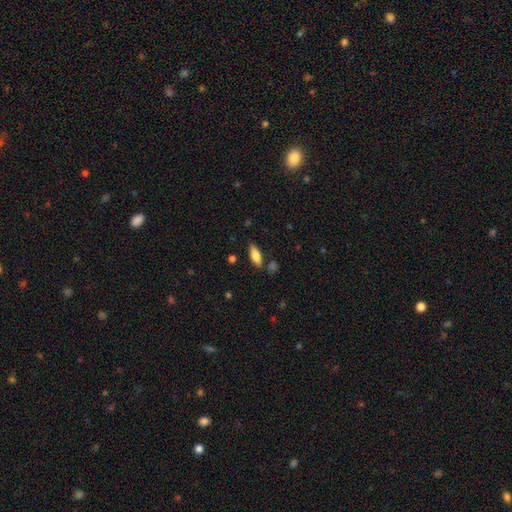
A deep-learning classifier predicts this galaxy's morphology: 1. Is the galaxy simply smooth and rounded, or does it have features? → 78% smooth, 16% featured or disk, 7% star or artifact.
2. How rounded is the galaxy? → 70% in between, 27% cigar-shaped, 2% round.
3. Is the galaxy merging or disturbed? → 80% none, 12% minor disturbance, 5% merger, 3% major disturbance.